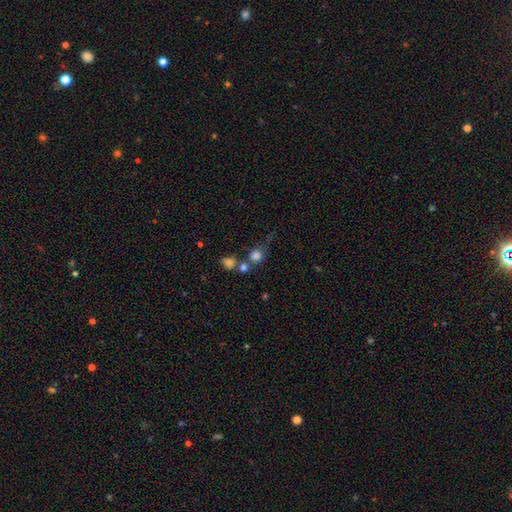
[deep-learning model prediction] smooth 78%, star or artifact 14%, featured or disk 8%. Down the decision tree: how rounded — round (85%); merging — none (52%).